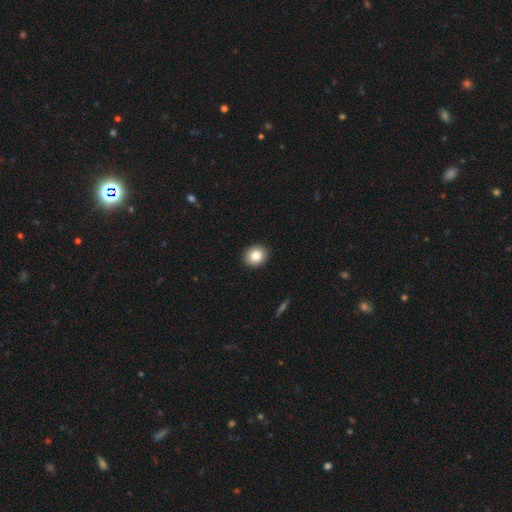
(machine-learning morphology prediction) This is clearly a smooth galaxy (85%). How rounded: likely round (66%). Merging: clearly none (91%).